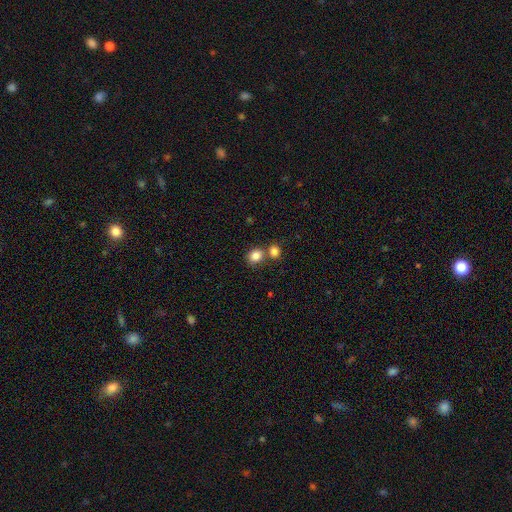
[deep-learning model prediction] A smooth galaxy with no disk features (84%) that is round (73%). Merging: none (56%).